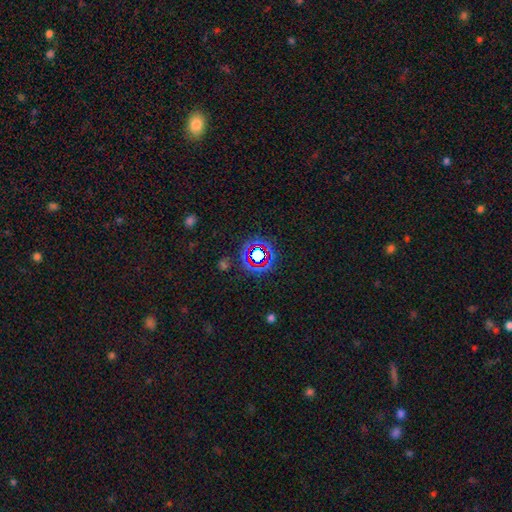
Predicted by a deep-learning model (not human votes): Smooth or featured? star or artifact (68%)